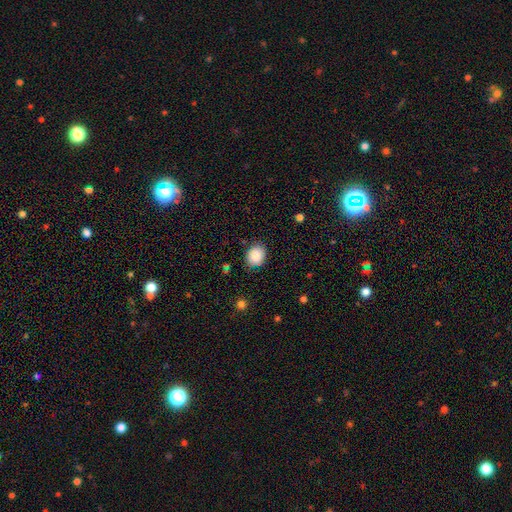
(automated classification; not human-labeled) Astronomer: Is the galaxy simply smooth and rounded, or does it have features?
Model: smooth — 88%.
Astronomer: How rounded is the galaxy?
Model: round — 55% (runner-up: in between, 44%).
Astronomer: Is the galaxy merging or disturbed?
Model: none — 85%.